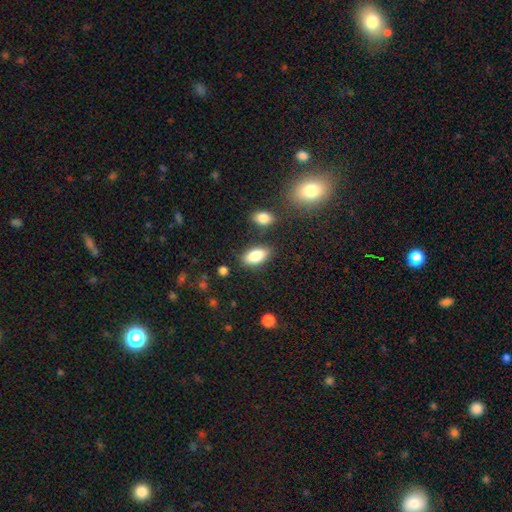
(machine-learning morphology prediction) Overall: smooth (84%). How rounded: in between (90%). Merging: none (81%).